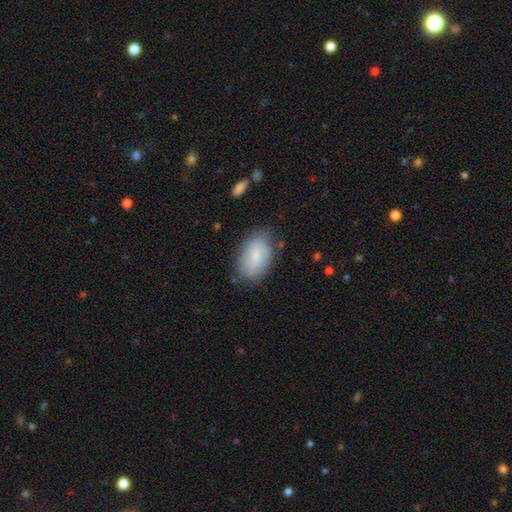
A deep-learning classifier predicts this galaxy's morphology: Smooth or featured? Predicted: smooth (p=0.66). How rounded? Predicted: in between (p=0.89). Merging? Predicted: none (p=0.73).